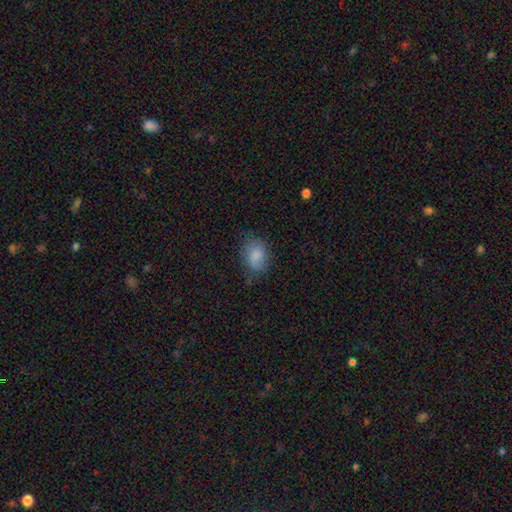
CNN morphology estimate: A smooth galaxy with no disk features (76%) that is in between round and cigar-shaped (75%). Merging: none (61%).